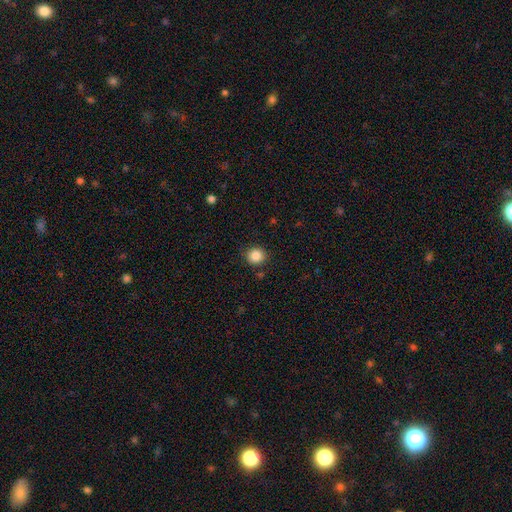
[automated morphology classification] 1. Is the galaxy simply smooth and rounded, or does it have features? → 86% smooth, 10% star or artifact, 4% featured or disk.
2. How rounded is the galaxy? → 88% round, 11% in between, 1% cigar-shaped.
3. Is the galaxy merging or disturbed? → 87% none, 8% minor disturbance, 2% major disturbance, 2% merger.